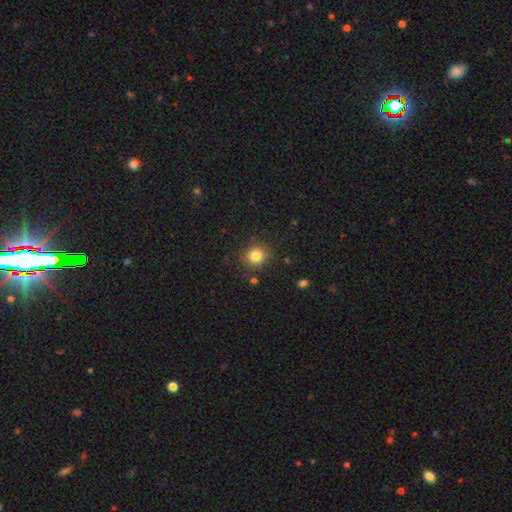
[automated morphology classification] smooth 82%, star or artifact 12%, featured or disk 6%. Down the decision tree: how rounded — round (87%); merging — none (87%).